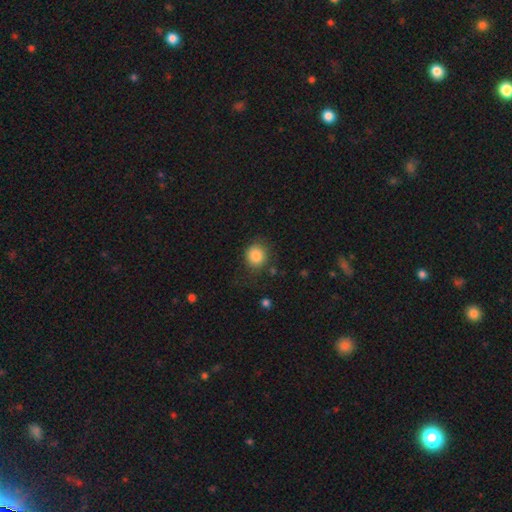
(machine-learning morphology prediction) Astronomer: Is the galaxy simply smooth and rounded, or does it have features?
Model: smooth — 86%.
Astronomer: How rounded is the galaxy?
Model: round — 83%.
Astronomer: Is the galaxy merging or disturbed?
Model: none — 77%.